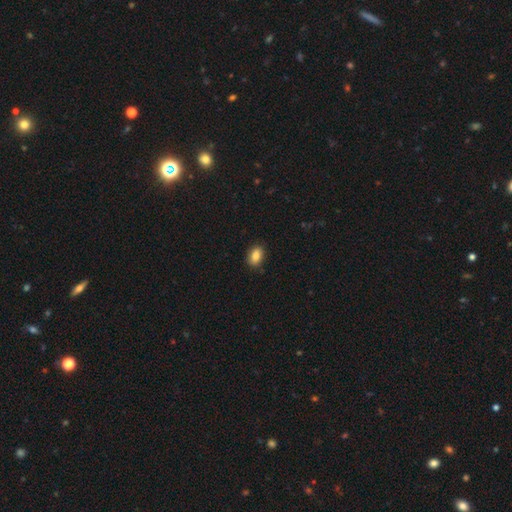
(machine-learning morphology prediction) smooth_or_featured: smooth (p=0.84) [alt: star or artifact p=0.08]
how_rounded: in between (p=0.85) [alt: round p=0.13]
merging: none (p=0.86) [alt: minor disturbance p=0.10]